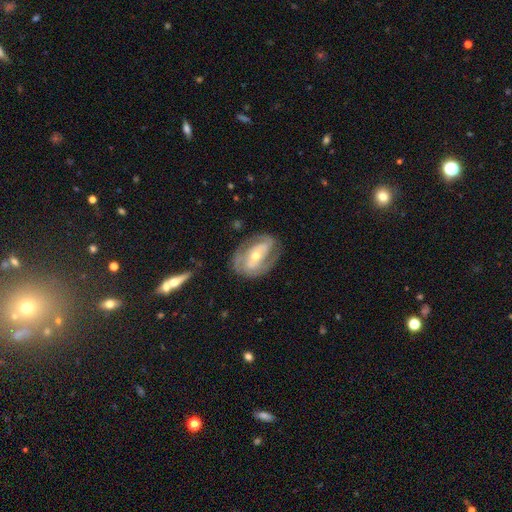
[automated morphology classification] A featured or disk galaxy (81%) with a strong bar (37%), 2 (70%) tight (49%) spiral arms (86%) and a moderate central bulge (53%). Merging: none (74%).